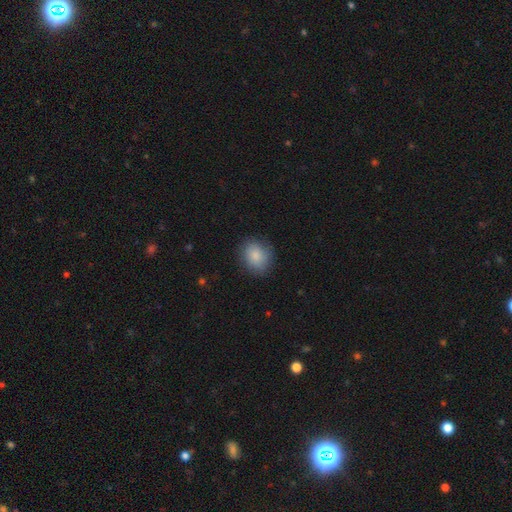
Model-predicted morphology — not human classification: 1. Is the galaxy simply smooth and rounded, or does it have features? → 86% smooth, 7% star or artifact, 7% featured or disk.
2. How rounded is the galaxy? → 63% round, 36% in between, 1% cigar-shaped.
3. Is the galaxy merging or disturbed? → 84% none, 12% minor disturbance, 3% major disturbance, 1% merger.